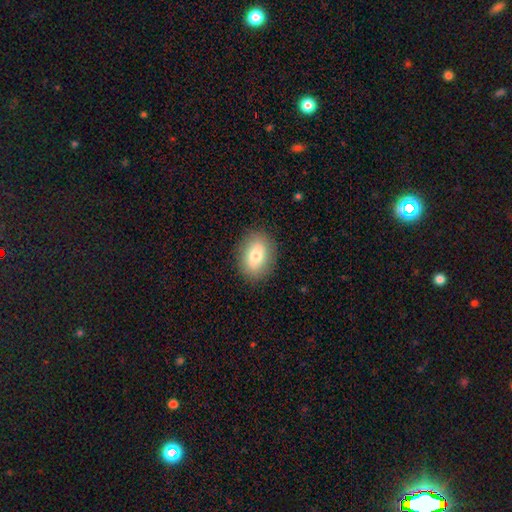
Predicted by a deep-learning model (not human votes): Smooth or featured?
  - smooth: 75% *
  - featured or disk: 17%
  - star or artifact: 8%
How rounded?
  - in between: 74% *
  - round: 25%
  - cigar-shaped: 1%
Merging?
  - none: 86% *
  - minor disturbance: 10%
  - major disturbance: 3%
  - merger: 1%